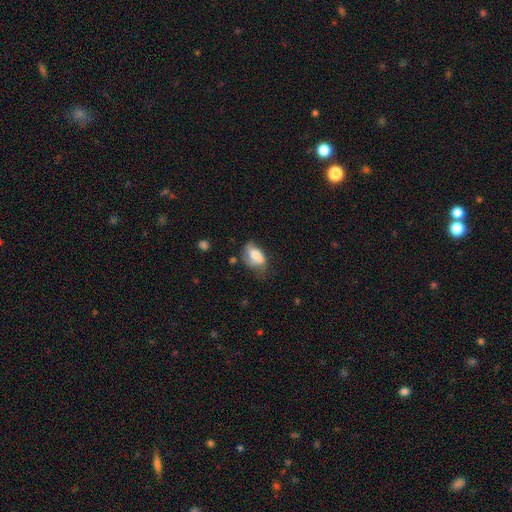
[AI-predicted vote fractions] Q: Smooth or featured?
A: smooth (66%); runner-up: featured or disk (25%)
Q: How rounded?
A: in between (87%); runner-up: round (9%)
Q: Merging?
A: none (40%); runner-up: minor disturbance (35%)